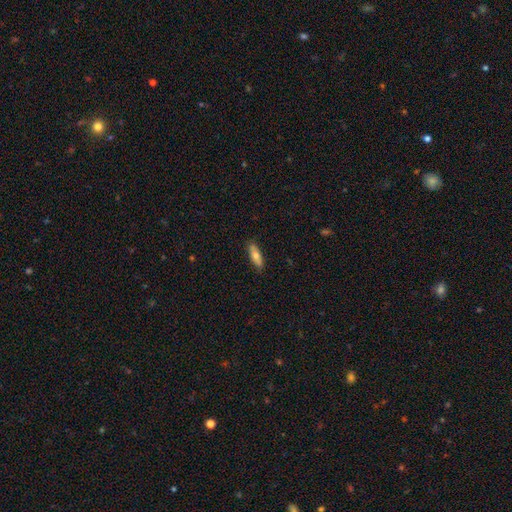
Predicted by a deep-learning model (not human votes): Smooth or featured? Predicted: smooth (p=0.70). How rounded? Predicted: in between (p=0.54). Merging? Predicted: none (p=0.86).